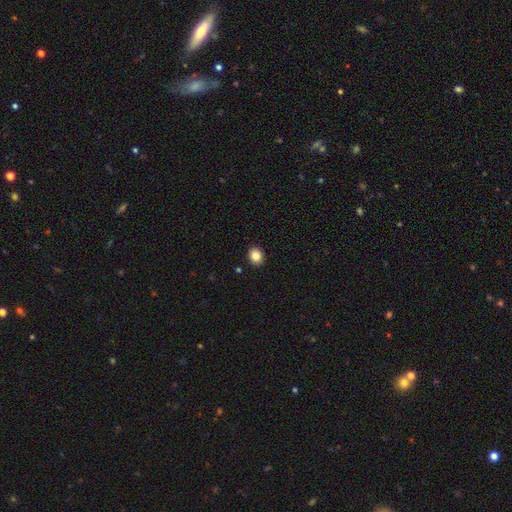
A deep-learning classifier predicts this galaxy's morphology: Smooth or featured? Predicted: smooth (p=0.85). How rounded? Predicted: round (p=0.60). Merging? Predicted: none (p=0.92).